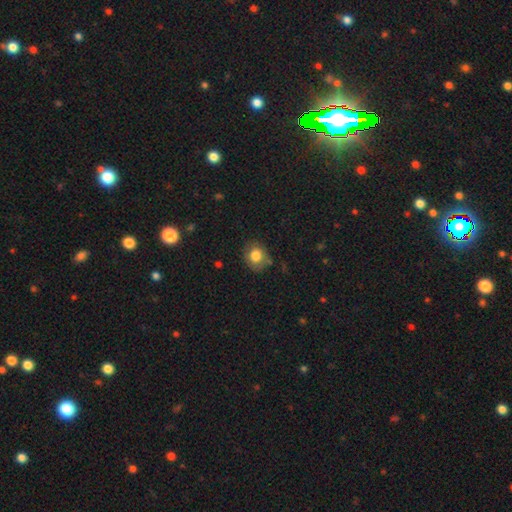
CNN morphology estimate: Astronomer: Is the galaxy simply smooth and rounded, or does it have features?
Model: smooth — 80%.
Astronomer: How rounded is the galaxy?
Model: round — 70%.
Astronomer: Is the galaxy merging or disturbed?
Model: none — 77%.